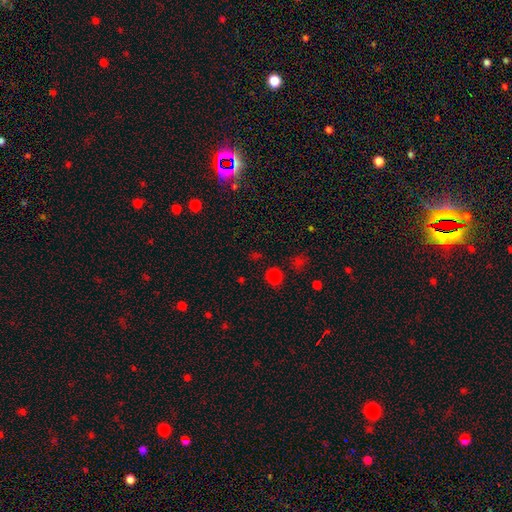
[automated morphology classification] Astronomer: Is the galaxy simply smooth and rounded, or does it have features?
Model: smooth — 55% (runner-up: star or artifact, 39%).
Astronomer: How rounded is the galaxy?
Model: round — 82%.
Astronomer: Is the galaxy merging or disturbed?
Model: none — 85%.